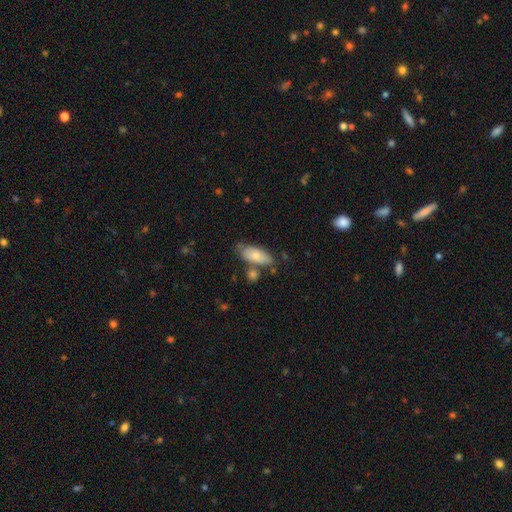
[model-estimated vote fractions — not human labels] Morphology: type=smooth (74%); roundness=in between (82%); merging=none (64%).